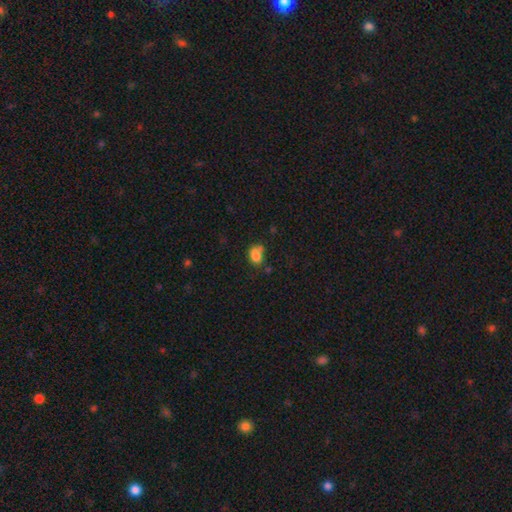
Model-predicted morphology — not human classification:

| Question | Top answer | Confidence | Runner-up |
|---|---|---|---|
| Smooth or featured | smooth | 80% | star or artifact (11%) |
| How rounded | in between | 72% | round (26%) |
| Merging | none | 45% | minor disturbance (28%) |